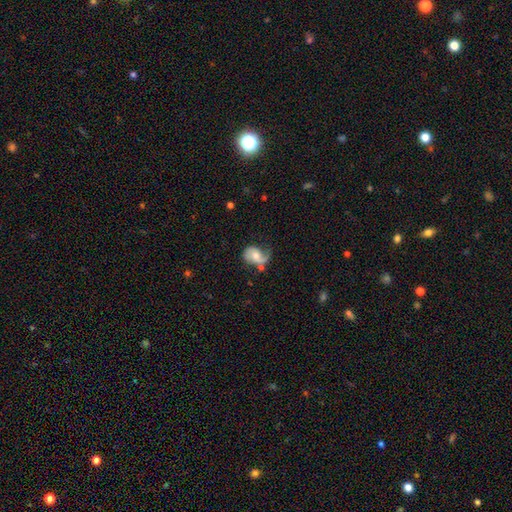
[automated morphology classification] featured or disk 68%, smooth 25%, star or artifact 7%. Down the decision tree: edge-on disk — no (97%); bar — no (64%); spiral arms — yes (89%); spiral arm count — 2 (54%); spiral winding — loose (42%); bulge size — moderate (60%); merging — none (45%).